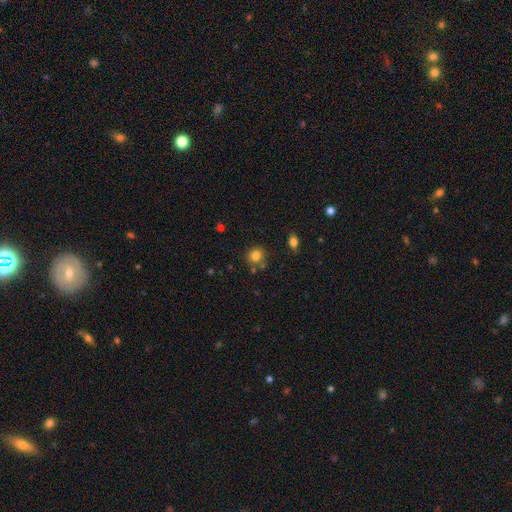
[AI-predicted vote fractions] A smooth galaxy with no disk features (81%) that is round (87%). Merging: none (73%).